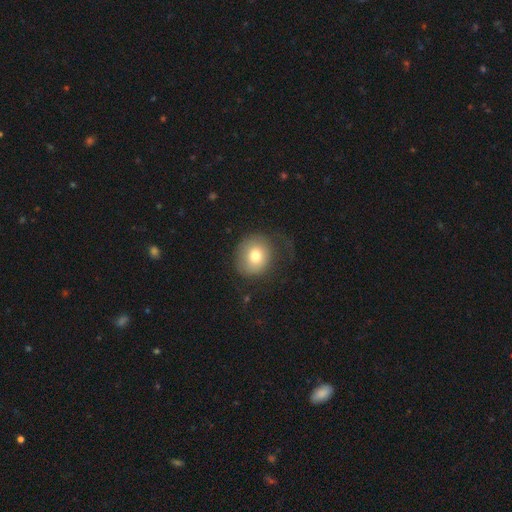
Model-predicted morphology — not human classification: smooth-or-featured: smooth: 75% | featured or disk: 17% | star or artifact: 9%
  how-rounded: round: 78% | in between: 21% | cigar-shaped: 1%
  merging: none: 56% | major disturbance: 22% | minor disturbance: 21% | merger: 2%